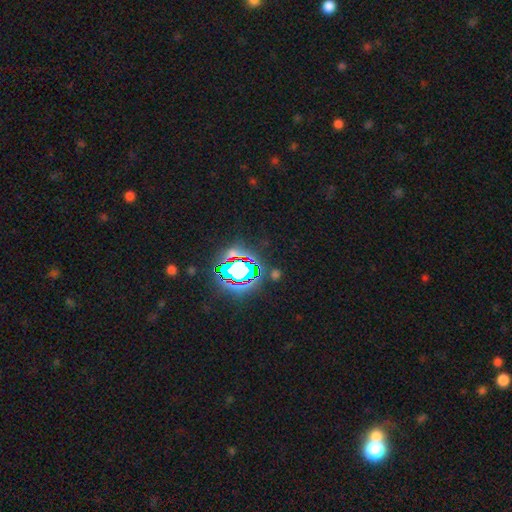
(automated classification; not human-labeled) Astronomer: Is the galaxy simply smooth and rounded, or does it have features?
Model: star or artifact — 82%.